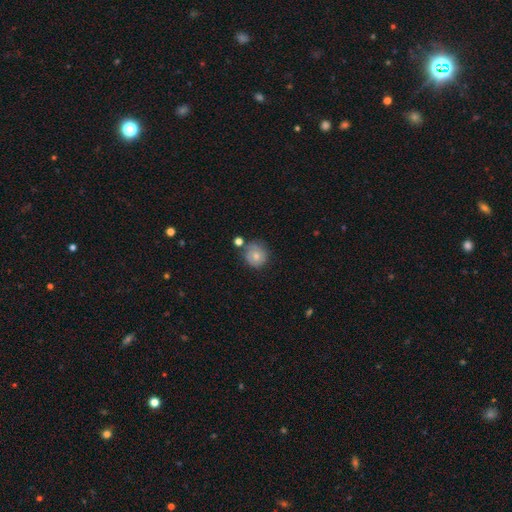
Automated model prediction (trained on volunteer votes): smooth-or-featured: smooth: 67% | featured or disk: 25% | star or artifact: 9%
  how-rounded: round: 87% | in between: 12% | cigar-shaped: 1%
  merging: none: 63% | minor disturbance: 21% | merger: 10% | major disturbance: 6%